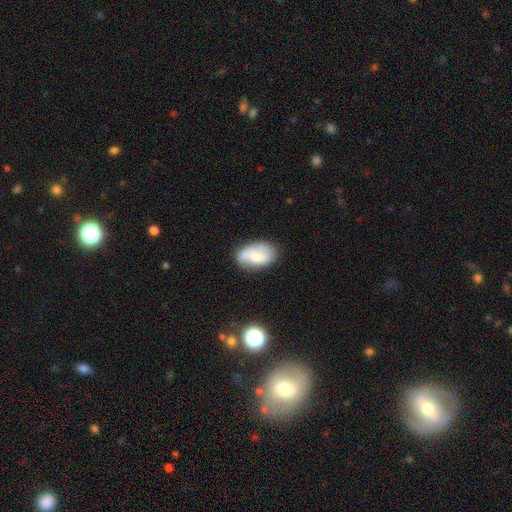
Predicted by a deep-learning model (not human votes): The model was most divided on "smooth or featured": smooth: 55%, featured or disk: 37%, star or artifact: 8%. More confident: how rounded — in between (90%); merging — none (73%).